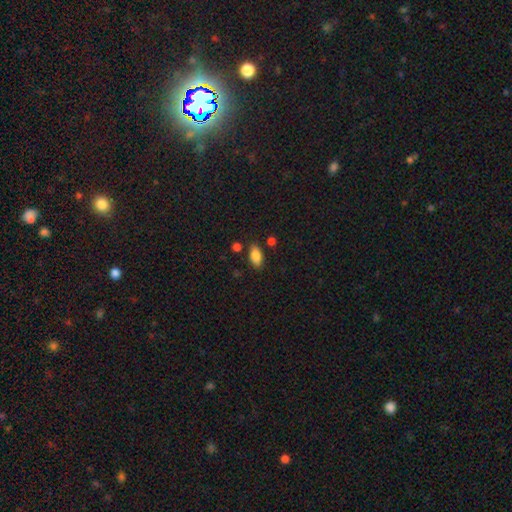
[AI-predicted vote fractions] This appears to be a smooth galaxy with no disk features (86%) that is in between round and cigar-shaped (91%). Merging: none (82%).